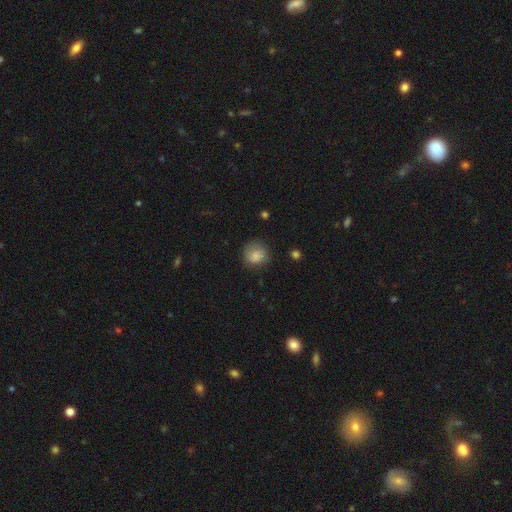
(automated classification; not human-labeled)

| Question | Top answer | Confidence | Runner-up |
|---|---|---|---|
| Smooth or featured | smooth | 83% | star or artifact (9%) |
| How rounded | round | 85% | in between (14%) |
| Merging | none | 72% | minor disturbance (20%) |